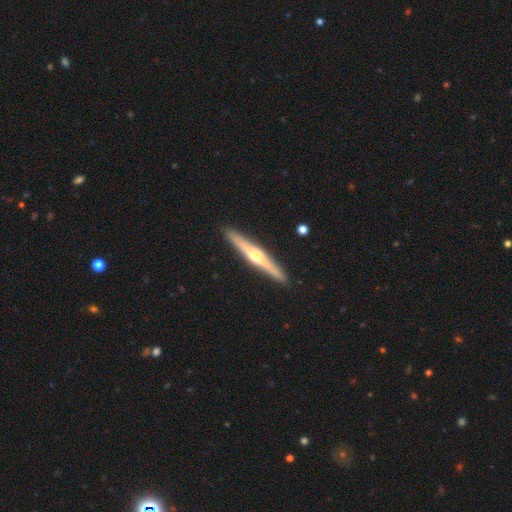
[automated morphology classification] featured or disk 73%, smooth 22%, star or artifact 5%. Down the decision tree: edge-on disk — yes (98%); edge-on bulge — rounded (89%); merging — none (92%).